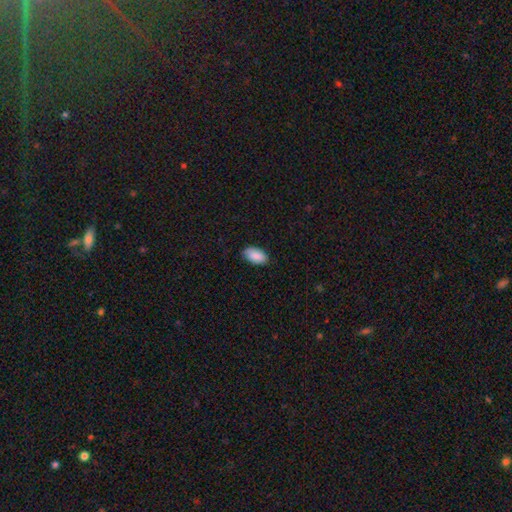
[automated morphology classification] A smooth galaxy with no disk features (89%) that is in between round and cigar-shaped (95%).

Vote fractions:
- Smooth or featured? smooth: 89% / star or artifact: 6% / featured or disk: 4%
- How rounded? in between: 95% / round: 3% / cigar-shaped: 2%
- Merging? none: 84% / minor disturbance: 13% / major disturbance: 2% / merger: 1%